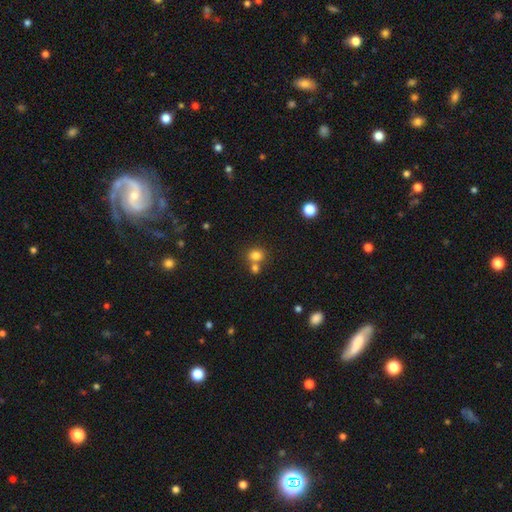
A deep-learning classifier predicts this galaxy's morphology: This is likely a smooth galaxy (79%). How rounded: likely round (62%). Merging: possibly none (51%).